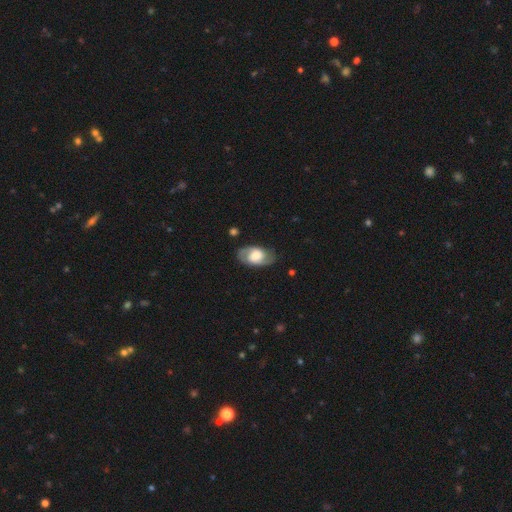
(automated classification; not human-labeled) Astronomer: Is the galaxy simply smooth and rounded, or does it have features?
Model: featured or disk — 65%.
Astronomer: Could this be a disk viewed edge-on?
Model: no — 94%.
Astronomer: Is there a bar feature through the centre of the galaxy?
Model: no — 58% (runner-up: weak, 33%).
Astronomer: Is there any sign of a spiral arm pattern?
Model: yes — 85%.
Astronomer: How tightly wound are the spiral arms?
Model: medium — 47% (runner-up: tight, 32%).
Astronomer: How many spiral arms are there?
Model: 2 — 86%.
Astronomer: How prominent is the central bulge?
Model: large — 43% (runner-up: moderate, 33%).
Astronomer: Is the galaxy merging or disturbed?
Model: none — 78%.